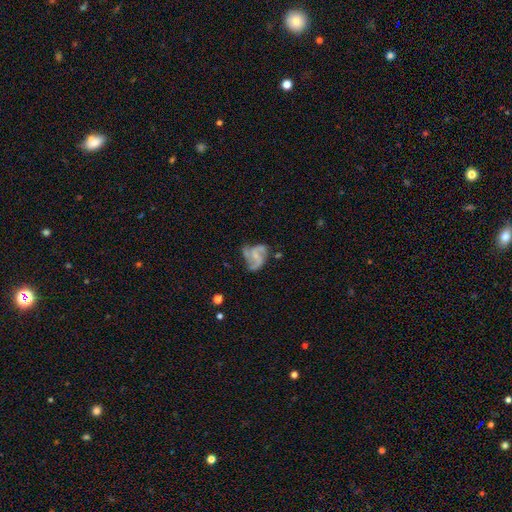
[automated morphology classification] featured or disk 82%, smooth 12%, star or artifact 7%. Down the decision tree: edge-on disk — no (98%); bar — no (49%); spiral arms — yes (93%); spiral arm count — 3 (46%); spiral winding — medium (49%); bulge size — small (61%); merging — none (48%).